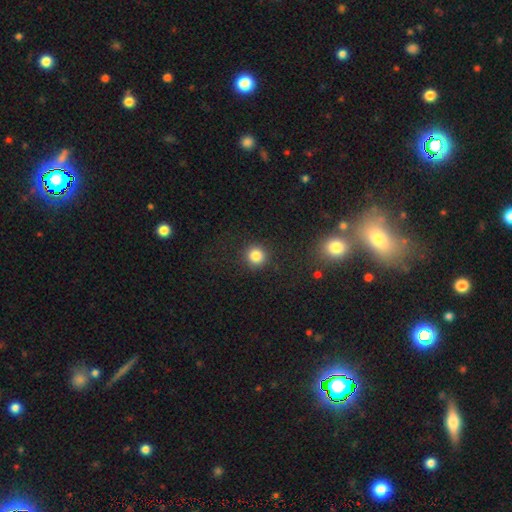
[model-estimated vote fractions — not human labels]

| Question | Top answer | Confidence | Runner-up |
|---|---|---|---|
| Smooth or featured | smooth | 83% | star or artifact (12%) |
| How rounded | round | 93% | in between (6%) |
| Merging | none | 89% | minor disturbance (7%) |